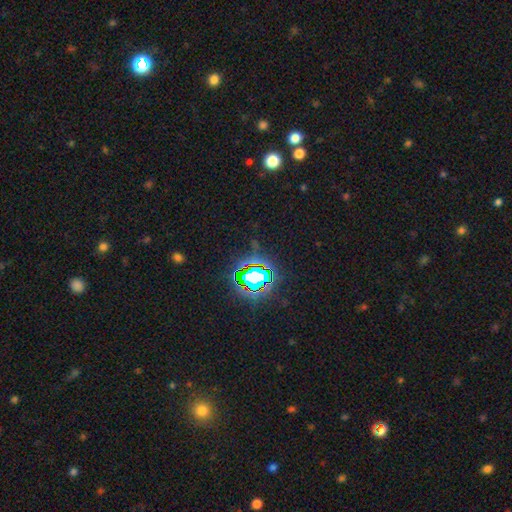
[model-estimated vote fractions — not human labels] A star or artifact, not a galaxy (82%).